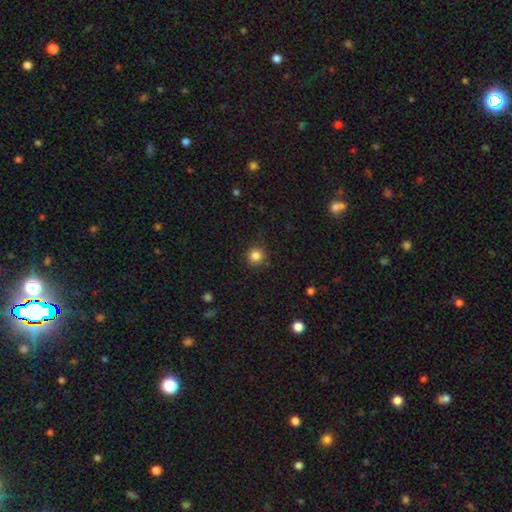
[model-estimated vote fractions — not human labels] Smooth or featured?
  - smooth: 85% *
  - star or artifact: 11%
  - featured or disk: 4%
How rounded?
  - round: 93% *
  - in between: 6%
  - cigar-shaped: 1%
Merging?
  - none: 89% *
  - minor disturbance: 8%
  - major disturbance: 2%
  - merger: 1%